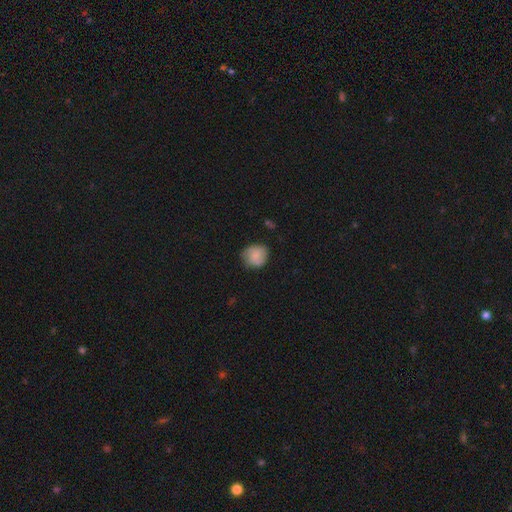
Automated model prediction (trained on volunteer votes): Smooth or featured? smooth (65%)
How rounded? round (79%)
Merging? none (69%)